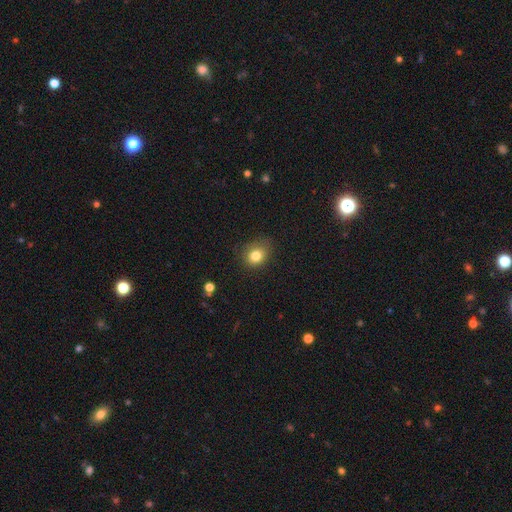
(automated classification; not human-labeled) Smooth or featured: smooth — 81% (star or artifact — 12%)
How rounded: round — 64% (in between — 35%)
Merging: none — 75% (minor disturbance — 19%)